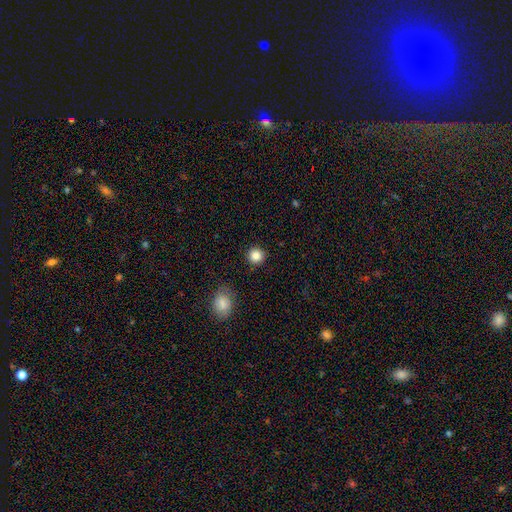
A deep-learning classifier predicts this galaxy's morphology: smooth_or_featured: smooth (p=0.85) [alt: star or artifact p=0.10]
how_rounded: round (p=0.94) [alt: in between p=0.05]
merging: none (p=0.91) [alt: minor disturbance p=0.05]